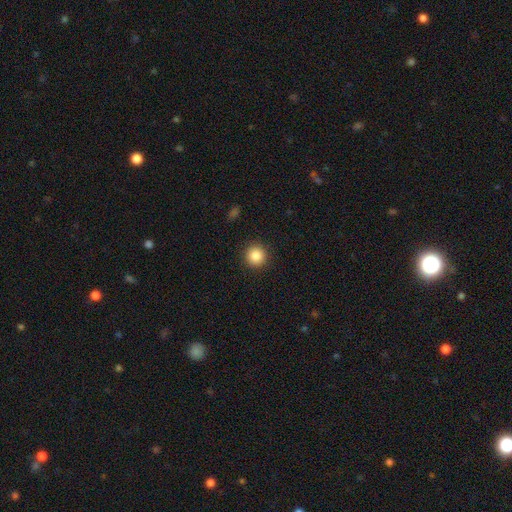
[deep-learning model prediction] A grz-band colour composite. It shows a smooth galaxy with no disk features (87%) that is round (95%). Merging: none (92%).